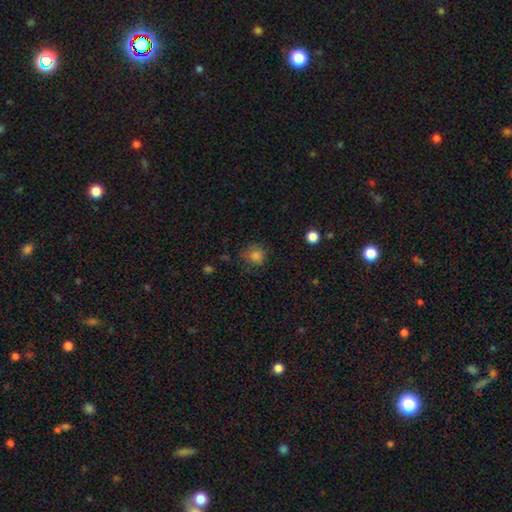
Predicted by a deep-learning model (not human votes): The model was most divided on "merging": none: 73%, minor disturbance: 20%, major disturbance: 6%, merger: 2%. More confident: how rounded — round (85%); smooth or featured — smooth (80%).